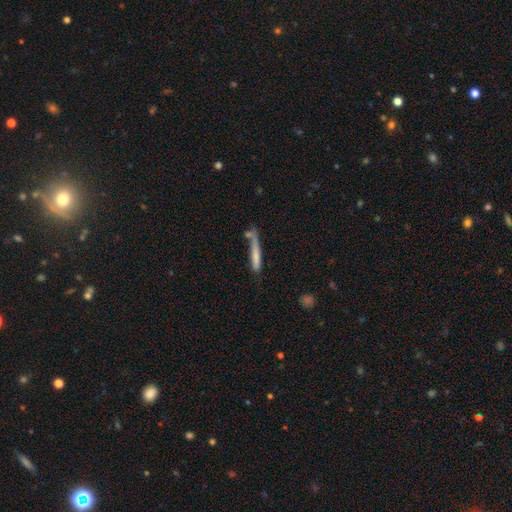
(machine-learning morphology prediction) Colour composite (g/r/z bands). It shows a smooth galaxy with no disk features (69%) that is cigar-shaped (91%). Merging: none (47%).